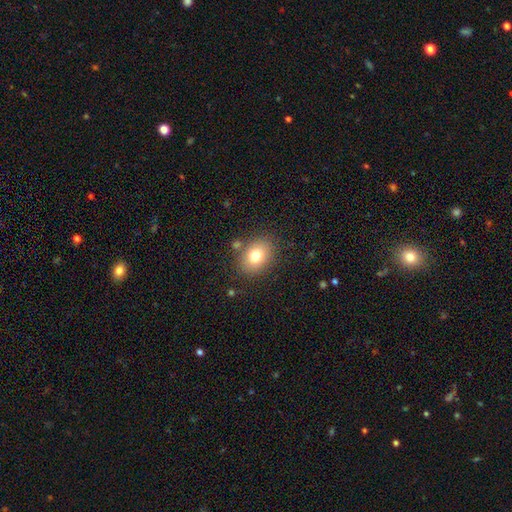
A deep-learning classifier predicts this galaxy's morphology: The model was most divided on "how rounded": in between: 66%, round: 33%, cigar-shaped: 1%. More confident: merging — none (81%); smooth or featured — smooth (79%).